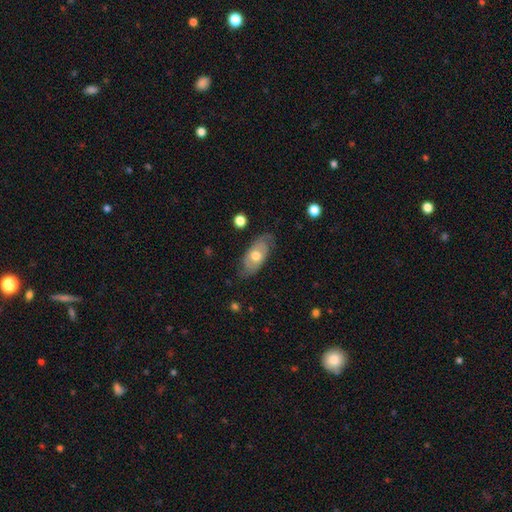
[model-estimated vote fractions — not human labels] Smooth or featured?
  - featured or disk: 56% *
  - smooth: 38%
  - star or artifact: 6%
Edge-on disk?
  - no: 87% *
  - yes: 13%
Merging?
  - none: 72% *
  - minor disturbance: 21%
  - major disturbance: 6%
  - merger: 1%